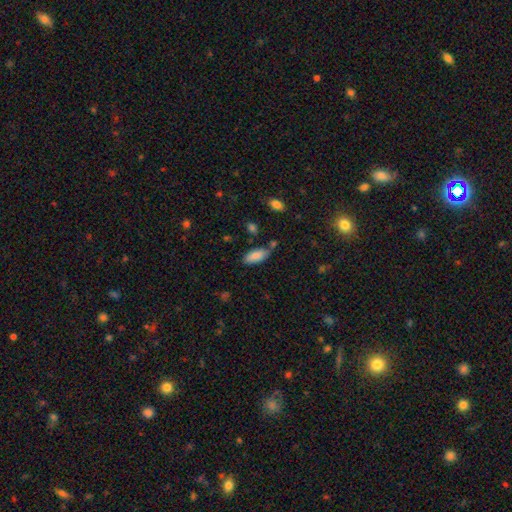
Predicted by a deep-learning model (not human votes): smooth 86%, star or artifact 7%, featured or disk 7%. Down the decision tree: how rounded — in between (85%); merging — none (70%).